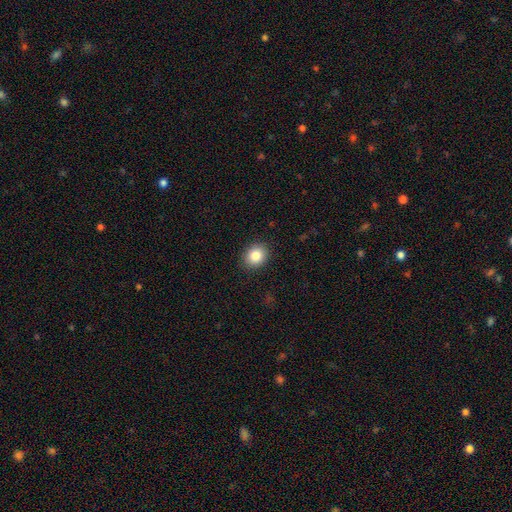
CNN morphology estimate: This appears to be a smooth galaxy with no disk features (85%) that is round (58%). Merging: none (89%).